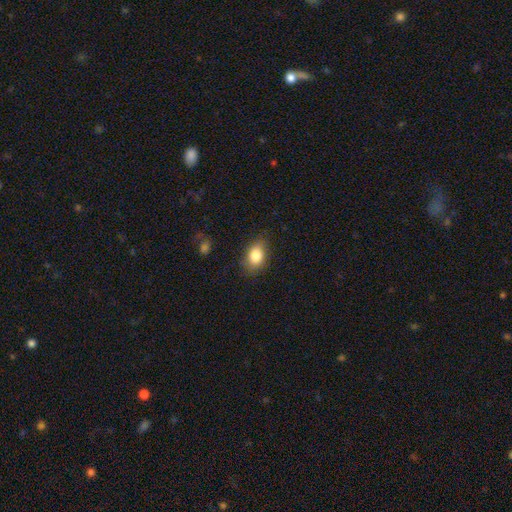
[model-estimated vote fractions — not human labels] A smooth galaxy with no disk features (83%) that is in between round and cigar-shaped (78%).

Vote fractions:
- Smooth or featured? smooth: 83% / featured or disk: 9% / star or artifact: 9%
- How rounded? in between: 78% / round: 20% / cigar-shaped: 2%
- Merging? none: 75% / minor disturbance: 19% / major disturbance: 4% / merger: 1%